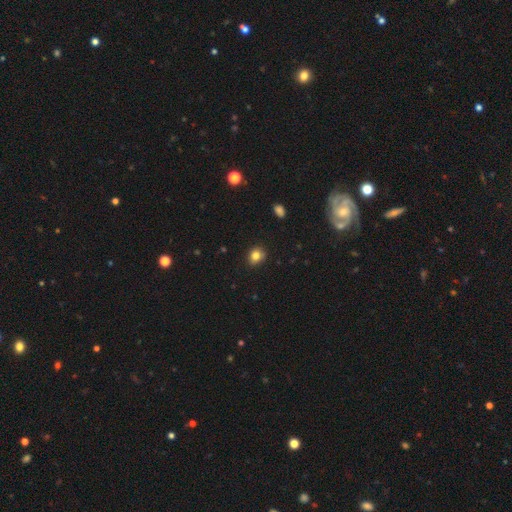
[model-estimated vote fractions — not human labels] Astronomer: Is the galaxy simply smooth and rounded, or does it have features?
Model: smooth — 82%.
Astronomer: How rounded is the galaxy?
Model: round — 65%.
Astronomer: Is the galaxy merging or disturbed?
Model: none — 86%.